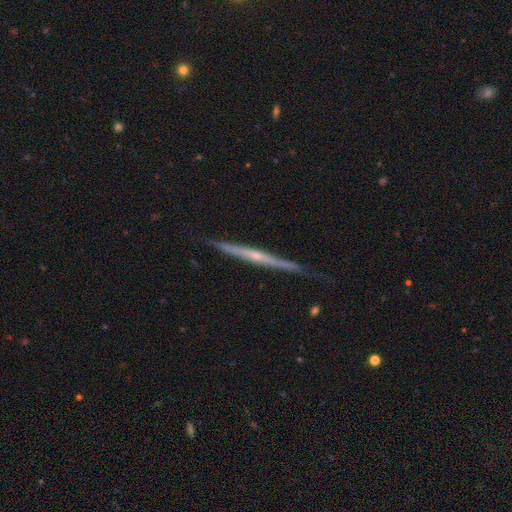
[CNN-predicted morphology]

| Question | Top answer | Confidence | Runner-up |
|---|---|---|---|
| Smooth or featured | featured or disk | 79% | smooth (15%) |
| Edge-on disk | yes | 98% | no (2%) |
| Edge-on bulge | rounded | 55% | none (39%) |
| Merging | none | 86% | minor disturbance (11%) |